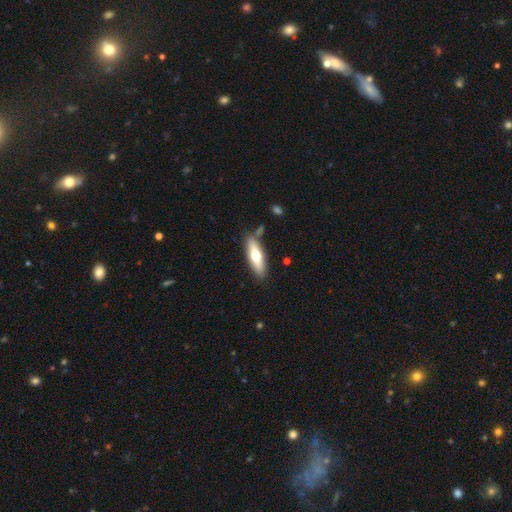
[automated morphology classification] Smooth or featured? Predicted: smooth (p=0.57). How rounded? Predicted: cigar-shaped (p=0.57). Merging? Predicted: none (p=0.79).